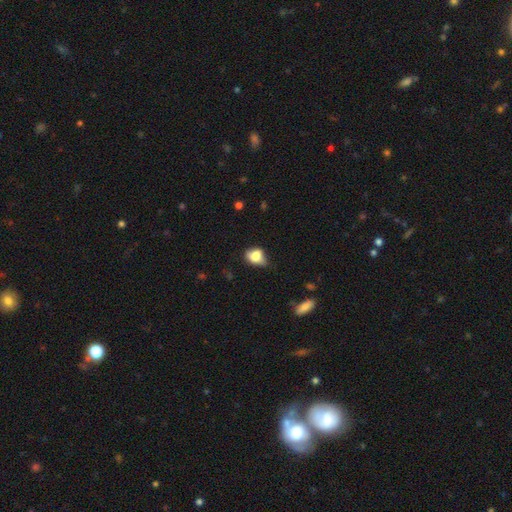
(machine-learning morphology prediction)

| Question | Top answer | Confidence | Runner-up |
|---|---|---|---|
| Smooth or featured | smooth | 73% | featured or disk (17%) |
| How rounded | in between | 59% | round (39%) |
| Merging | minor disturbance | 42% | none (41%) |